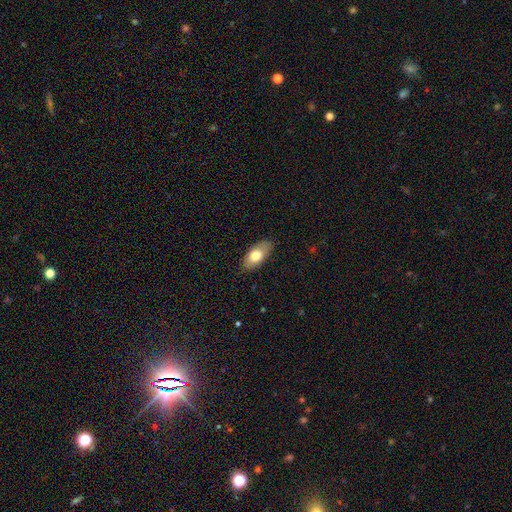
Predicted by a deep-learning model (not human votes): Smooth or featured: smooth — 75% (featured or disk — 19%)
How rounded: in between — 91% (cigar-shaped — 6%)
Merging: none — 85% (minor disturbance — 12%)